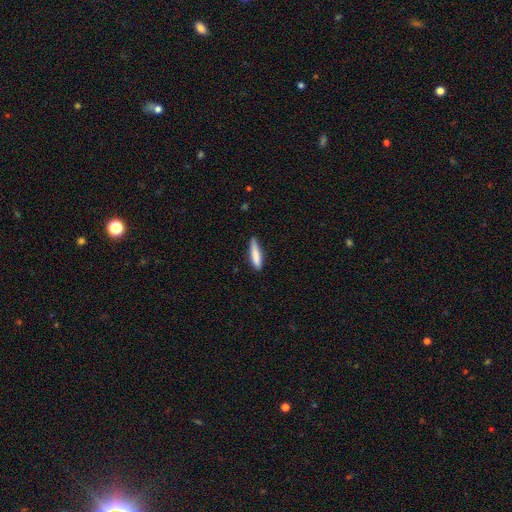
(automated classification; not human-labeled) A smooth galaxy with no disk features (82%) that is cigar-shaped (81%).

Vote fractions:
- Smooth or featured? smooth: 82% / featured or disk: 12% / star or artifact: 6%
- How rounded? cigar-shaped: 81% / in between: 18% / round: 1%
- Merging? none: 77% / minor disturbance: 18% / major disturbance: 3% / merger: 1%